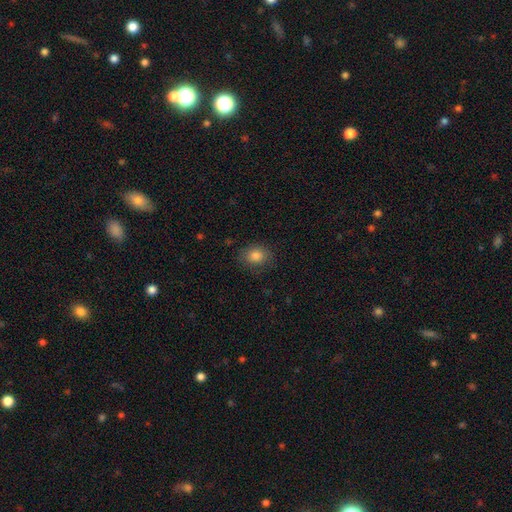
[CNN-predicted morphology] Smooth or featured: smooth — 84% (star or artifact — 10%)
How rounded: round — 54% (in between — 45%)
Merging: none — 81% (minor disturbance — 14%)